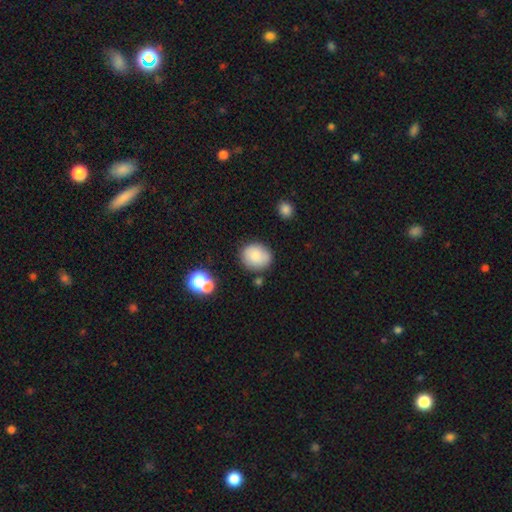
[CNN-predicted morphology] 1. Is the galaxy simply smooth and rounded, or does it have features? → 83% smooth, 9% star or artifact, 8% featured or disk.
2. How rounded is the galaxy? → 66% round, 33% in between, 1% cigar-shaped.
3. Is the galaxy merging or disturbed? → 79% none, 13% minor disturbance, 4% merger, 3% major disturbance.